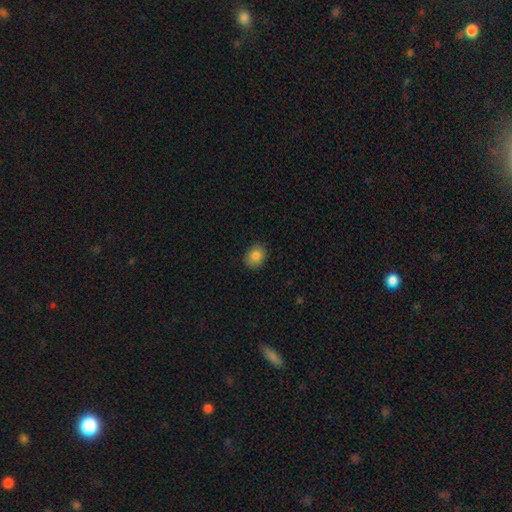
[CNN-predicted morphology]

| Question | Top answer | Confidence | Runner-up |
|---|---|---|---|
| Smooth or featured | smooth | 83% | star or artifact (9%) |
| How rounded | in between | 51% | round (48%) |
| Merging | none | 84% | minor disturbance (13%) |